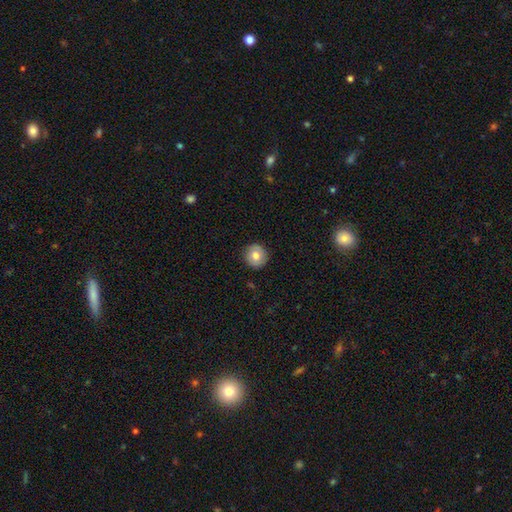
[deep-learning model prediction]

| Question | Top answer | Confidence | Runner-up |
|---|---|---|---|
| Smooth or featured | smooth | 77% | featured or disk (14%) |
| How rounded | round | 91% | in between (8%) |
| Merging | none | 89% | minor disturbance (8%) |